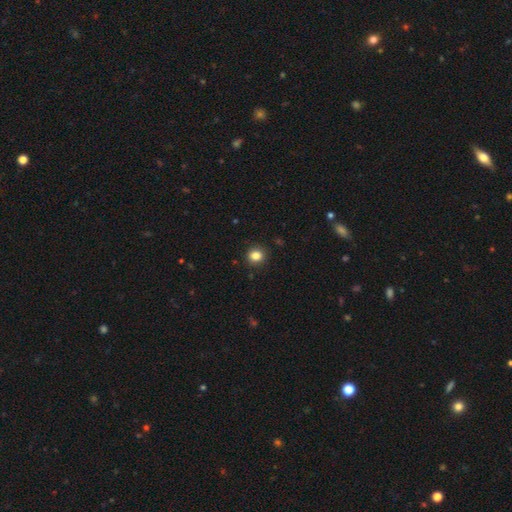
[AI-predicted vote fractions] Overall: smooth (84%). How rounded: round (84%). Merging: none (91%).